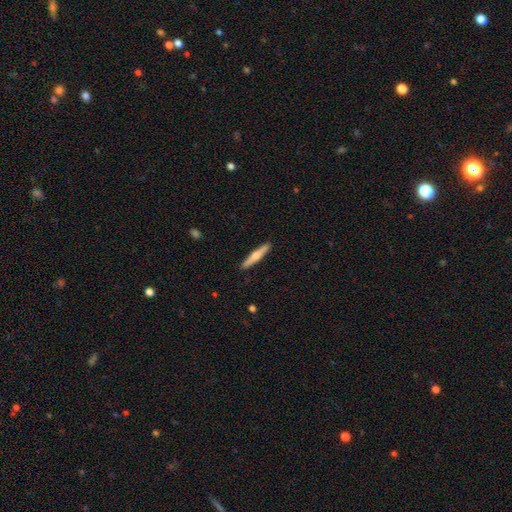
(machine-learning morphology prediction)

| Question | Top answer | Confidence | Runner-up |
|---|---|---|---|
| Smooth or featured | featured or disk | 53% | smooth (42%) |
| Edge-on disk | yes | 97% | no (3%) |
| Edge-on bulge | rounded | 86% | none (8%) |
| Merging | none | 91% | minor disturbance (6%) |